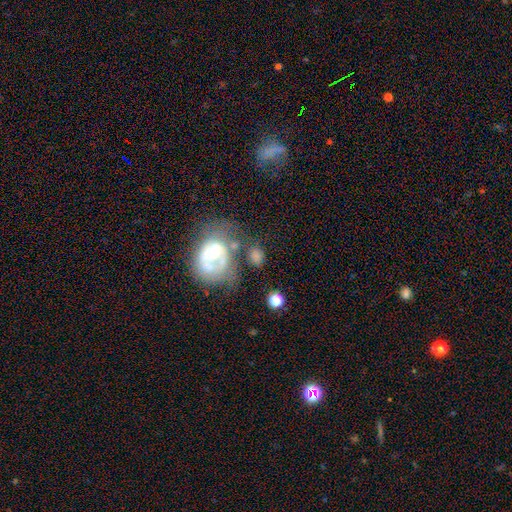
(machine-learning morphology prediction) Overall: featured or disk (46%; smooth 42%). Merging: none (32%; merger 25%).